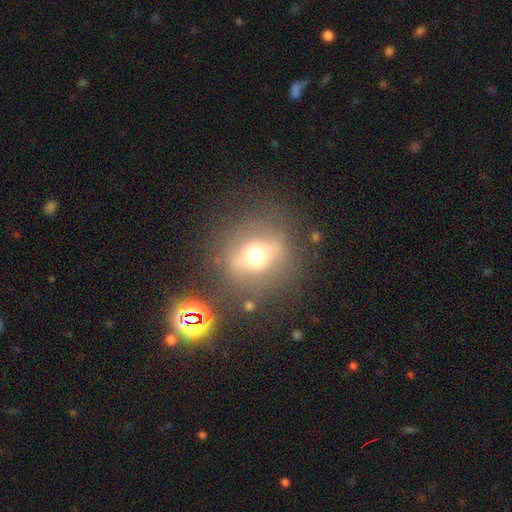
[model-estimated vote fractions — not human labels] smooth_or_featured: smooth (p=0.48) [alt: featured or disk p=0.36]
merging: none (p=0.75) [alt: minor disturbance p=0.13]